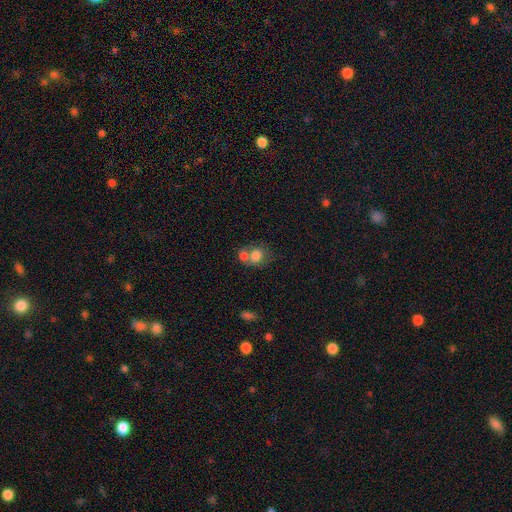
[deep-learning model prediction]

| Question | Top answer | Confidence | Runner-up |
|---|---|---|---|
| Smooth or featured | smooth | 77% | featured or disk (13%) |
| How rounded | round | 64% | in between (35%) |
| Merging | merger | 54% | none (32%) |